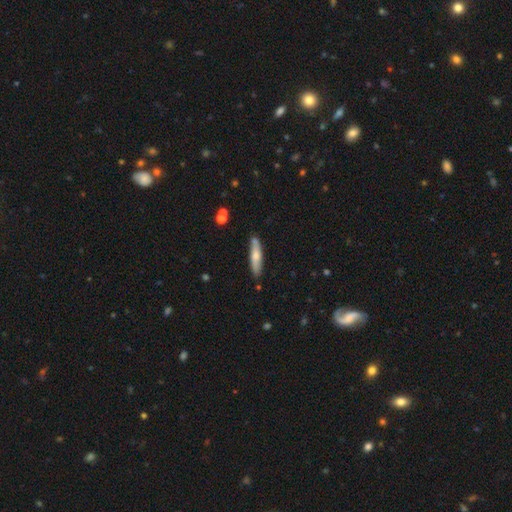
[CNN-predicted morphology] A smooth galaxy with no disk features (60%) that is cigar-shaped (82%).

Vote fractions:
- Smooth or featured? smooth: 60% / featured or disk: 34% / star or artifact: 6%
- How rounded? cigar-shaped: 82% / in between: 17% / round: 2%
- Merging? none: 81% / minor disturbance: 13% / merger: 4% / major disturbance: 2%